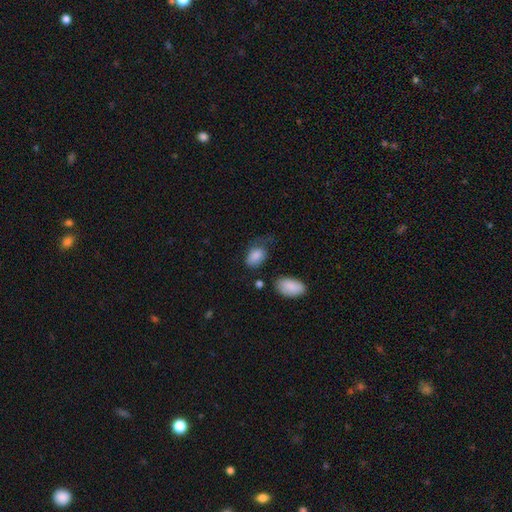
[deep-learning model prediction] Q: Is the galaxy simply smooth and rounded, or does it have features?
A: smooth — 85%.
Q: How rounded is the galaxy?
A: in between — 85%.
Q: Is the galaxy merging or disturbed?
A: none — 42%.